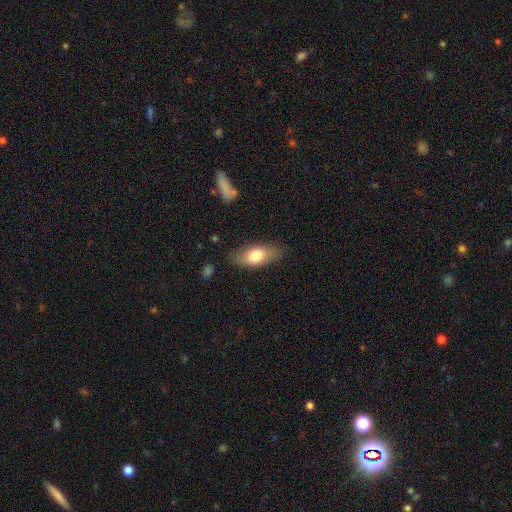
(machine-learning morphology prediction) Smooth or featured? smooth (74%)
How rounded? in between (82%)
Merging? none (79%)